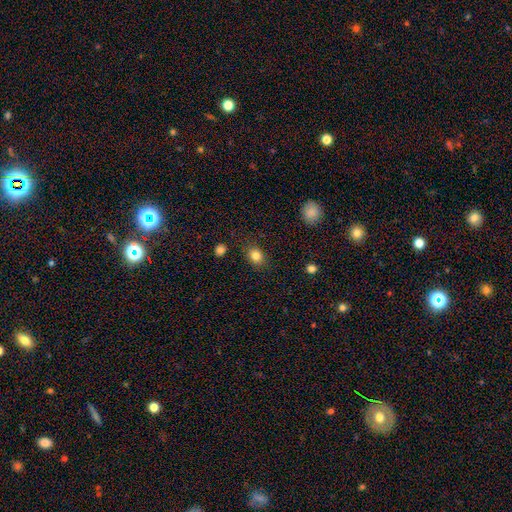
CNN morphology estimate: Q: Smooth or featured?
A: smooth (84%); runner-up: star or artifact (10%)
Q: How rounded?
A: in between (51%); runner-up: round (48%)
Q: Merging?
A: none (83%); runner-up: minor disturbance (12%)